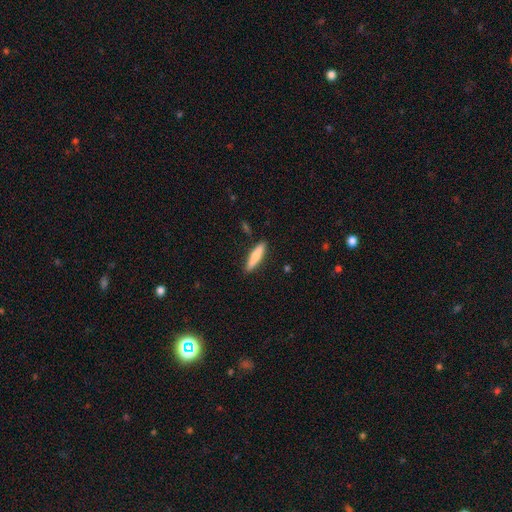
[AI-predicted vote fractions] The model was most divided on "smooth or featured": smooth: 75%, featured or disk: 19%, star or artifact: 6%. More confident: merging — none (88%); how rounded — cigar-shaped (78%).